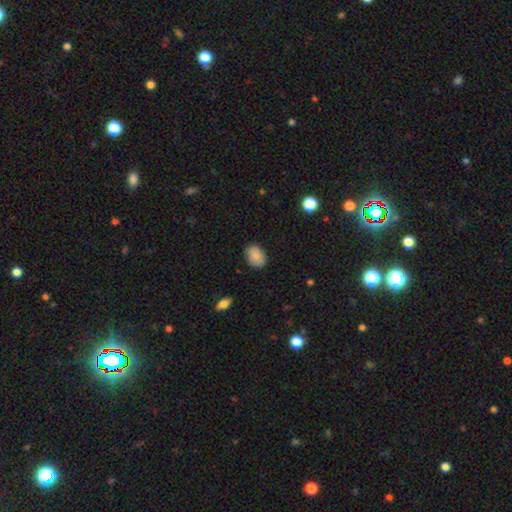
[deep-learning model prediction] Smooth or featured? smooth (87%)
How rounded? in between (84%)
Merging? none (86%)